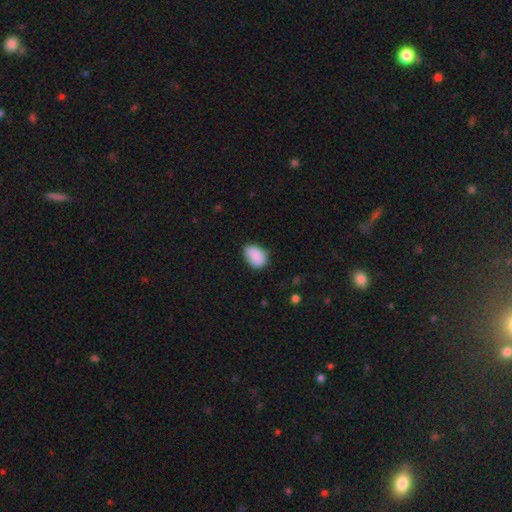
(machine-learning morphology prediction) A smooth galaxy with no disk features (89%) that is in between round and cigar-shaped (85%).

Vote fractions:
- Smooth or featured? smooth: 89% / star or artifact: 7% / featured or disk: 4%
- How rounded? in between: 85% / round: 14% / cigar-shaped: 1%
- Merging? none: 73% / minor disturbance: 22% / major disturbance: 4% / merger: 1%